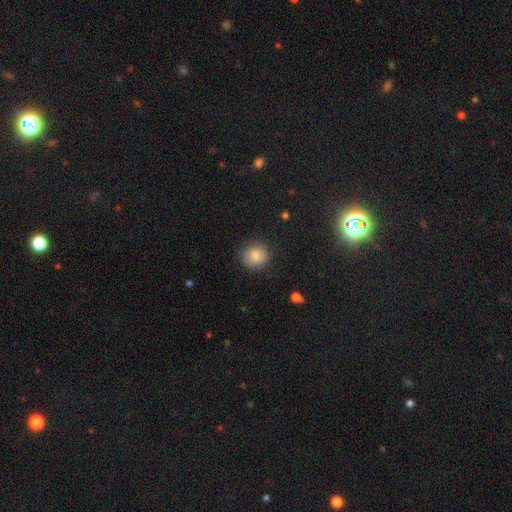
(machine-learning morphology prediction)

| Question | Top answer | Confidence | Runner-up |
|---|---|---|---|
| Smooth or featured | smooth | 81% | featured or disk (10%) |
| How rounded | round | 85% | in between (14%) |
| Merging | none | 82% | minor disturbance (14%) |